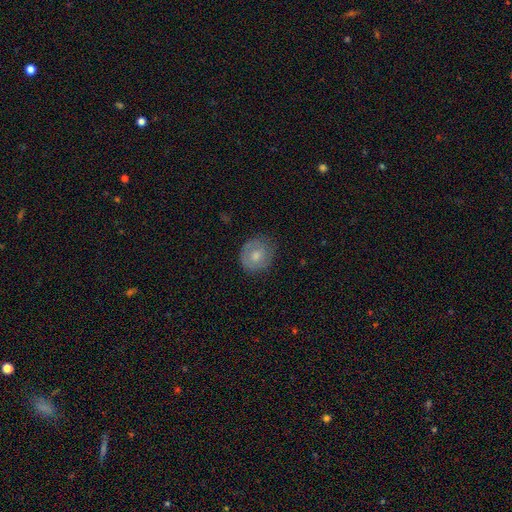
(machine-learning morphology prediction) A smooth galaxy with no disk features (58%) that is round (76%). Merging: none (73%).